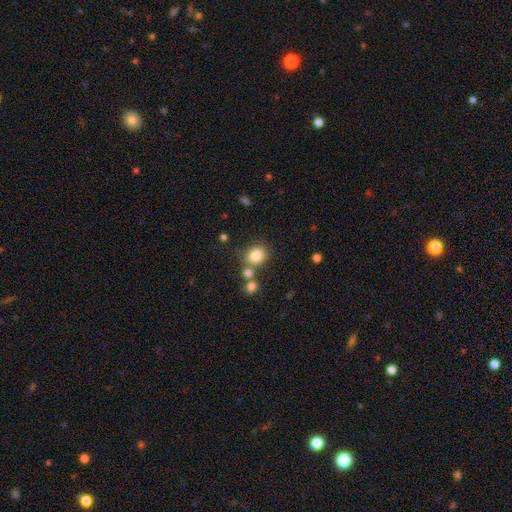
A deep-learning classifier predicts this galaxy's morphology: type=smooth (82%); roundness=round (67%); merging=none (65%).